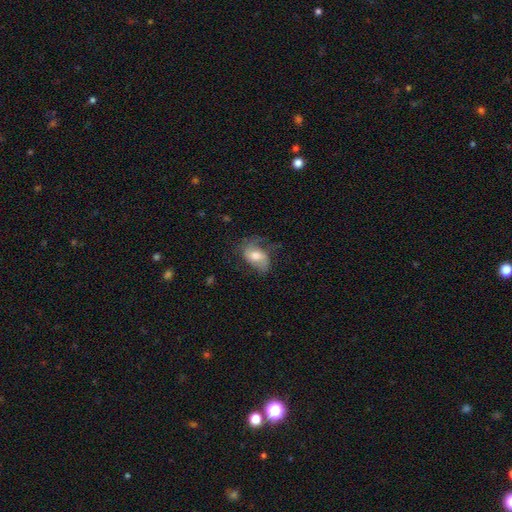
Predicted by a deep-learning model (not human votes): Q: Smooth or featured?
A: featured or disk (50%); runner-up: smooth (43%)
Q: Merging?
A: none (50%); runner-up: minor disturbance (27%)